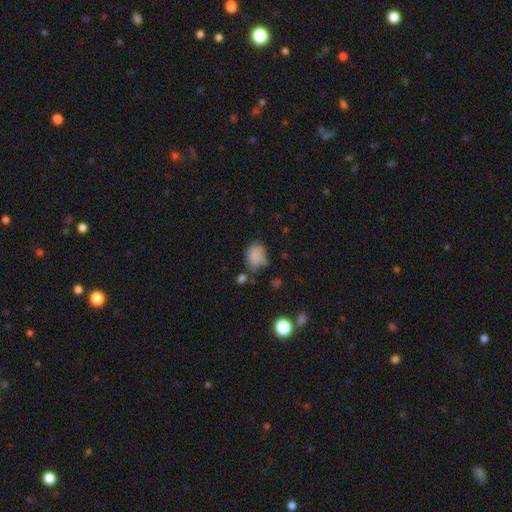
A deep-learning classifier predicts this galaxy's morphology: Smooth or featured? Predicted: smooth (p=0.80). How rounded? Predicted: in between (p=0.63). Merging? Predicted: none (p=0.50).